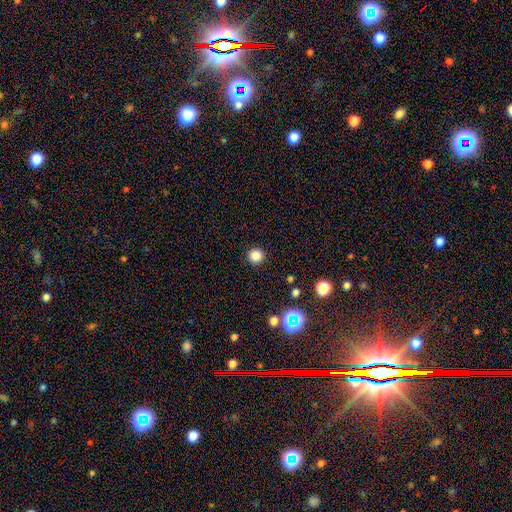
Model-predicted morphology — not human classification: Smooth or featured?
  - smooth: 83% *
  - star or artifact: 13%
  - featured or disk: 4%
How rounded?
  - round: 93% *
  - in between: 6%
  - cigar-shaped: 1%
Merging?
  - none: 91% *
  - minor disturbance: 5%
  - major disturbance: 2%
  - merger: 1%